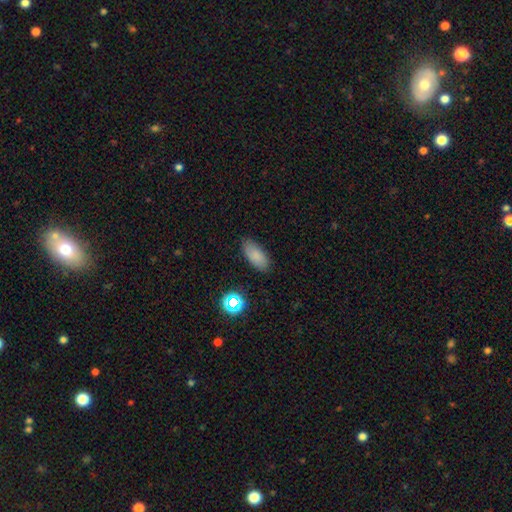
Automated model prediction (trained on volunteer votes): Overall: smooth (82%). How rounded: in between (89%). Merging: none (84%).